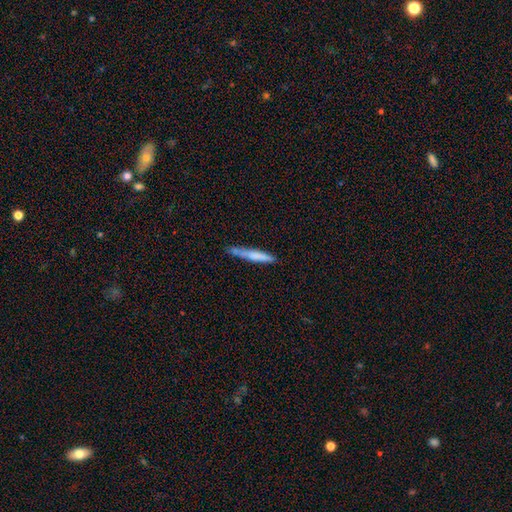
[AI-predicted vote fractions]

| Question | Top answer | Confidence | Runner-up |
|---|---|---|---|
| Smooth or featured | smooth | 68% | featured or disk (26%) |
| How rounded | cigar-shaped | 94% | in between (5%) |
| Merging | none | 68% | minor disturbance (22%) |